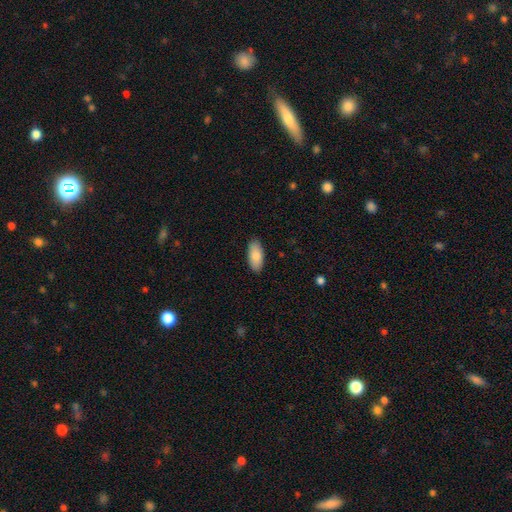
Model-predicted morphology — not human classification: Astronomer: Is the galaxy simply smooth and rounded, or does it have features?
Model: smooth — 85%.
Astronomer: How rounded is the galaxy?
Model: in between — 90%.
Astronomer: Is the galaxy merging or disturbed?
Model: none — 89%.